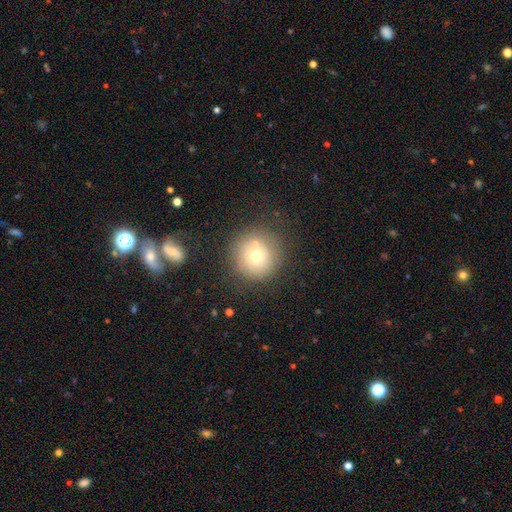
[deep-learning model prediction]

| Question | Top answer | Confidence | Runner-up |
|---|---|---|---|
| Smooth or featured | smooth | 66% | featured or disk (22%) |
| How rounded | round | 94% | in between (5%) |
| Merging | none | 71% | merger (13%) |